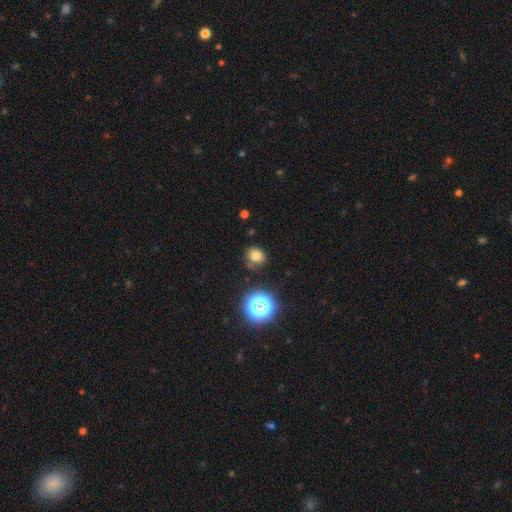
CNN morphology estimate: Smooth or featured? Predicted: smooth (p=0.74). How rounded? Predicted: round (p=0.69). Merging? Predicted: none (p=0.75).